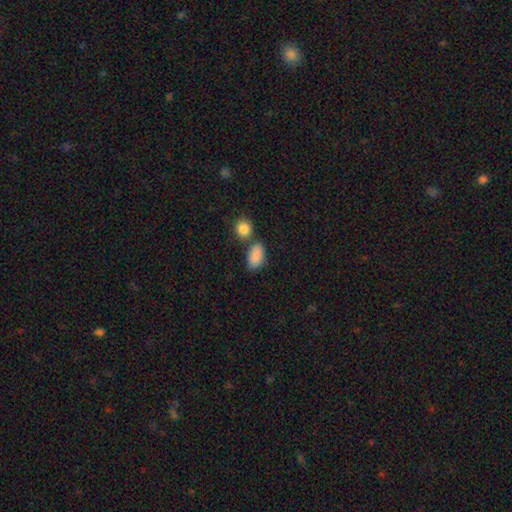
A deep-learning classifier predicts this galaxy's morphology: A smooth galaxy with no disk features (88%) that is in between round and cigar-shaped (89%).

Vote fractions:
- Smooth or featured? smooth: 88% / star or artifact: 8% / featured or disk: 4%
- How rounded? in between: 89% / round: 9% / cigar-shaped: 2%
- Merging? none: 60% / merger: 20% / minor disturbance: 15% / major disturbance: 5%